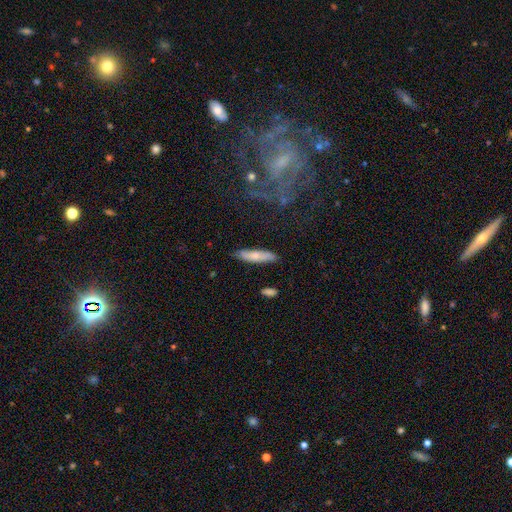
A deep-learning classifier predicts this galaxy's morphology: A smooth galaxy with no disk features (71%) that is cigar-shaped (76%).

Vote fractions:
- Smooth or featured? smooth: 71% / featured or disk: 23% / star or artifact: 6%
- How rounded? cigar-shaped: 76% / in between: 22% / round: 2%
- Merging? none: 84% / minor disturbance: 12% / major disturbance: 2% / merger: 2%